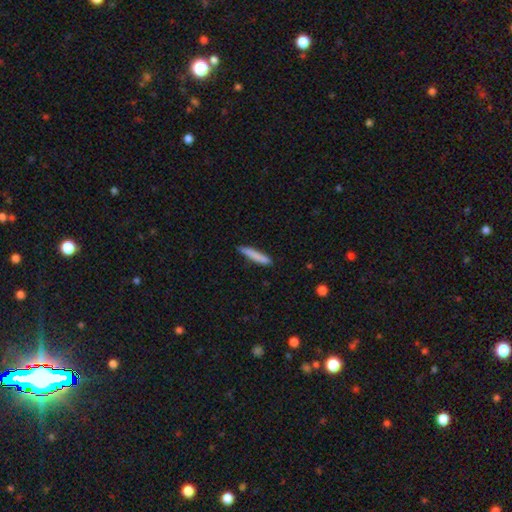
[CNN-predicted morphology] smooth-or-featured: smooth: 83% | featured or disk: 11% | star or artifact: 6%
  how-rounded: cigar-shaped: 91% | in between: 7% | round: 1%
  merging: none: 84% | minor disturbance: 13% | major disturbance: 2% | merger: 2%